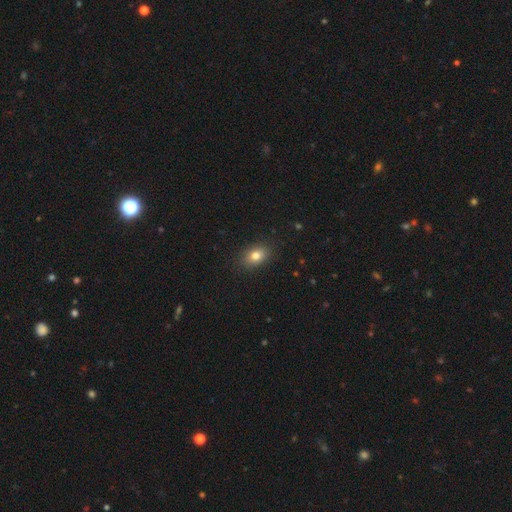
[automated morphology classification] Smooth or featured?
  - smooth: 79% *
  - star or artifact: 11%
  - featured or disk: 10%
How rounded?
  - in between: 77% *
  - round: 21%
  - cigar-shaped: 2%
Merging?
  - none: 88% *
  - minor disturbance: 9%
  - major disturbance: 2%
  - merger: 1%